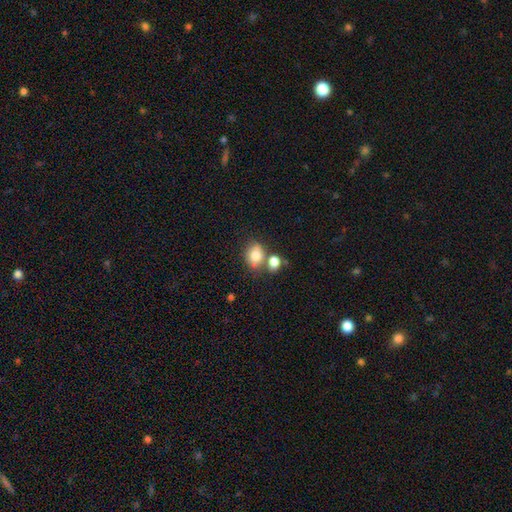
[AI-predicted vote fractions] The model was most divided on "how rounded": in between: 53%, round: 46%, cigar-shaped: 1%. More confident: smooth or featured — smooth (79%); merging — none (53%).